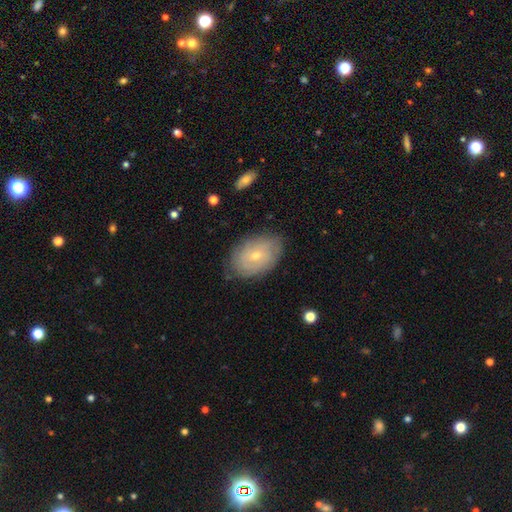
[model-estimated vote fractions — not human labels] The model was most divided on "smooth or featured": featured or disk: 56%, smooth: 36%, star or artifact: 8%. More confident: edge-on disk — no (94%); merging — none (77%); bar — no (72%); spiral arms — yes (69%); bulge size — small (67%).